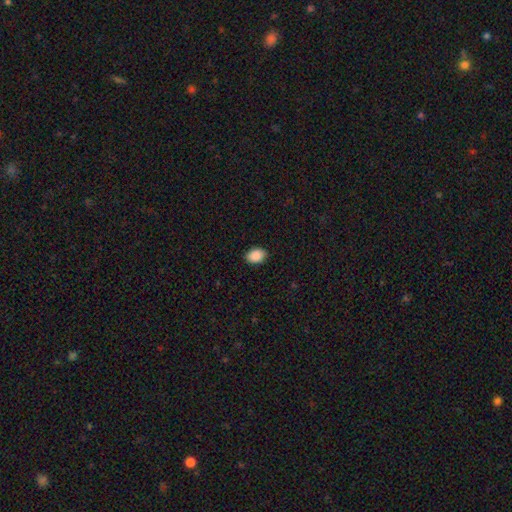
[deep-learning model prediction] Q: Smooth or featured?
A: smooth (90%); runner-up: star or artifact (7%)
Q: How rounded?
A: in between (79%); runner-up: round (20%)
Q: Merging?
A: none (88%); runner-up: minor disturbance (9%)